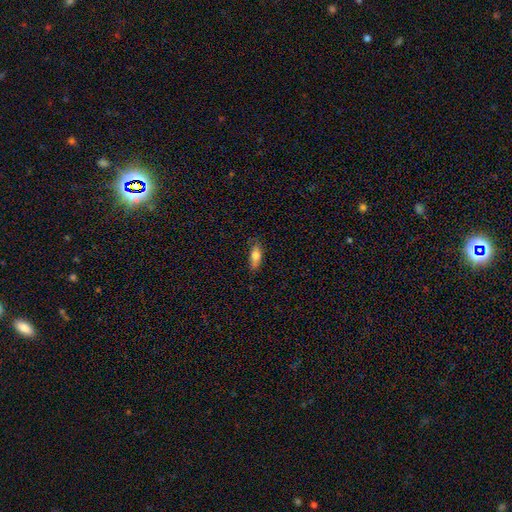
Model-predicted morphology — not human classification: A smooth galaxy with no disk features (77%) that is in between round and cigar-shaped (76%). Merging: none (71%).